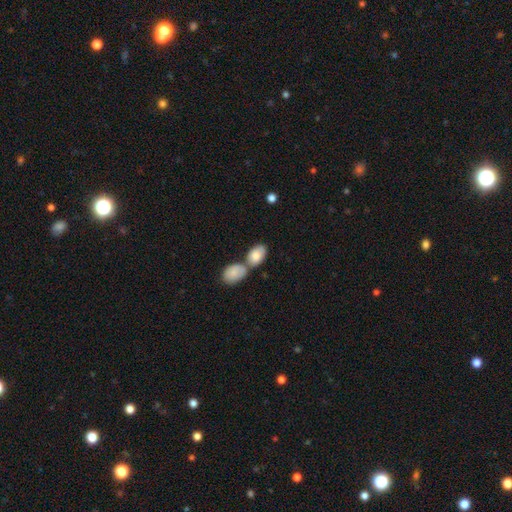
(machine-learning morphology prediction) smooth_or_featured: smooth (p=0.82) [alt: featured or disk p=0.12]
how_rounded: in between (p=0.91) [alt: round p=0.08]
merging: merger (p=0.48) [alt: none p=0.38]